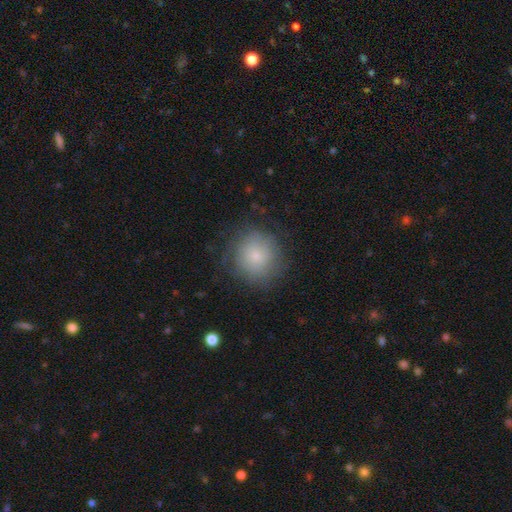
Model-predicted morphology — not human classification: Smooth or featured? Predicted: smooth (p=0.74). How rounded? Predicted: round (p=0.92). Merging? Predicted: none (p=0.77).